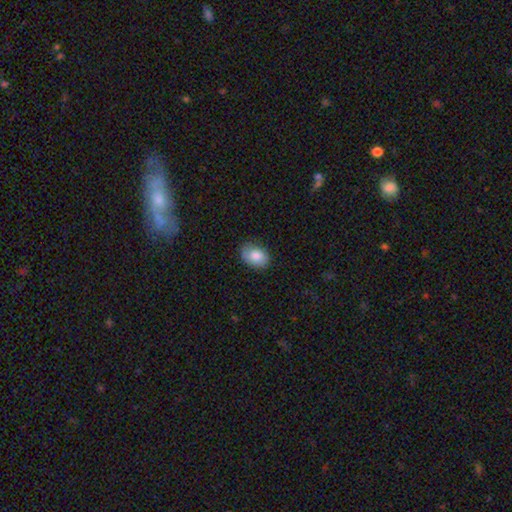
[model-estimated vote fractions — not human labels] Smooth or featured? smooth (84%)
How rounded? in between (78%)
Merging? none (78%)